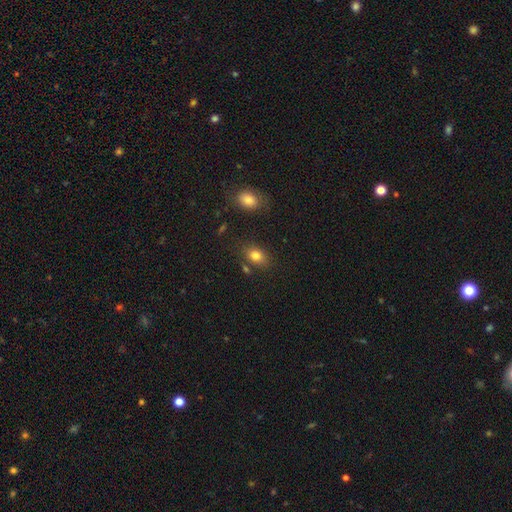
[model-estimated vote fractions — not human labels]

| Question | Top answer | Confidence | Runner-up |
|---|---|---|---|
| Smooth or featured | smooth | 81% | star or artifact (10%) |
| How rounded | in between | 77% | round (22%) |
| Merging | none | 74% | minor disturbance (14%) |